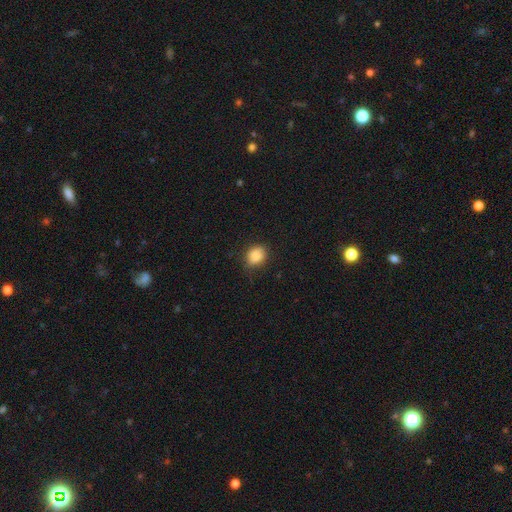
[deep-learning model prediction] A smooth galaxy with no disk features (85%) that is in between round and cigar-shaped (52%). Merging: none (70%).